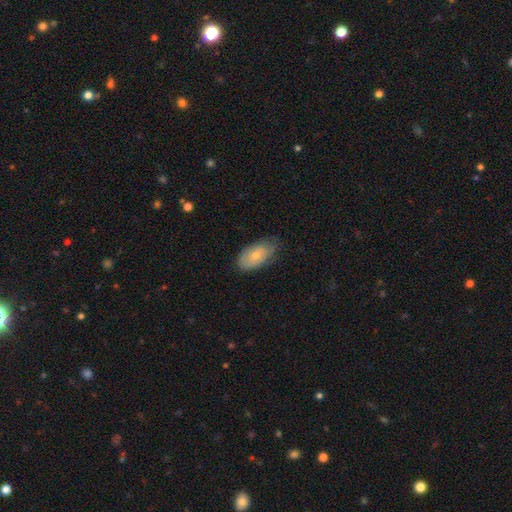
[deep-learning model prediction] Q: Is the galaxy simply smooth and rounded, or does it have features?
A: smooth — 70%.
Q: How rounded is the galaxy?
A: in between — 93%.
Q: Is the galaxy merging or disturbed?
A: none — 63%.